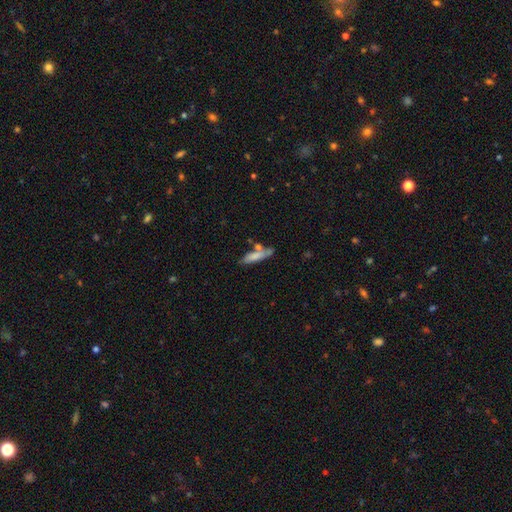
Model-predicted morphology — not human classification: This is likely a smooth galaxy (74%). How rounded: likely cigar-shaped (69%). Merging: possibly none (56%).